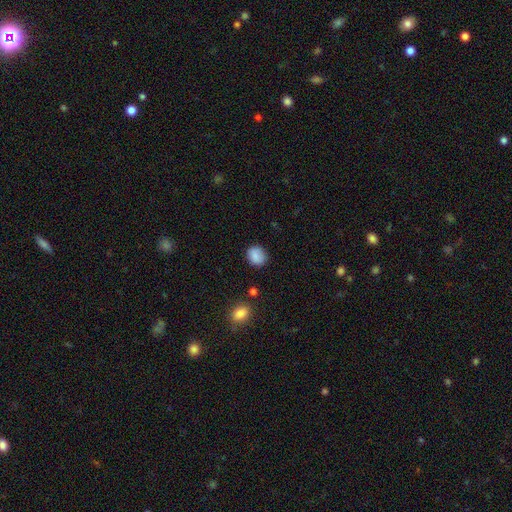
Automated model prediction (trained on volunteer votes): This is clearly a smooth galaxy (87%). How rounded: likely round (61%). Merging: clearly none (81%).